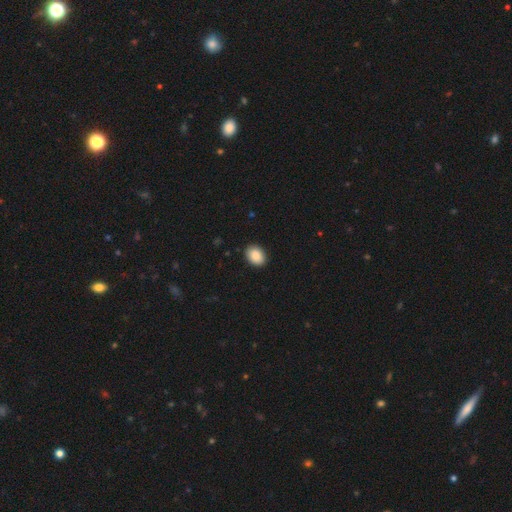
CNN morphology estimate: Smooth or featured? smooth (89%)
How rounded? in between (71%)
Merging? none (90%)